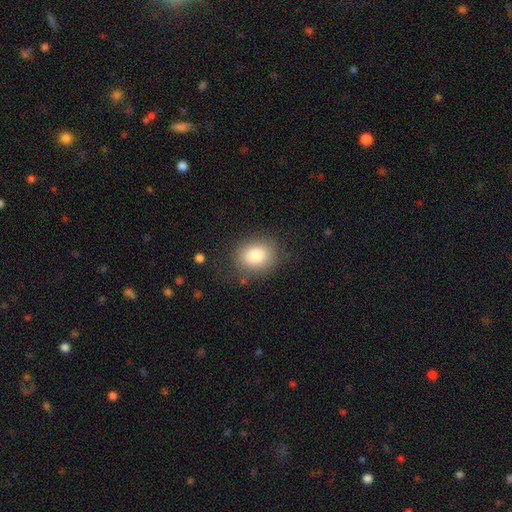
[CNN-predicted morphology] A smooth galaxy with no disk features (82%) that is round (55%).

Vote fractions:
- Smooth or featured? smooth: 82% / star or artifact: 9% / featured or disk: 9%
- How rounded? round: 55% / in between: 44% / cigar-shaped: 1%
- Merging? none: 78% / minor disturbance: 14% / major disturbance: 6% / merger: 2%